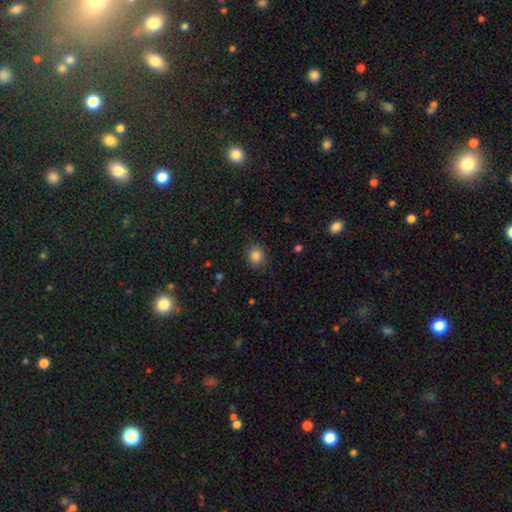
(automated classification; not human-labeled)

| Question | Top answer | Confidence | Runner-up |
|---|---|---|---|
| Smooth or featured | smooth | 84% | star or artifact (11%) |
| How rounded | round | 77% | in between (22%) |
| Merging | none | 86% | minor disturbance (10%) |